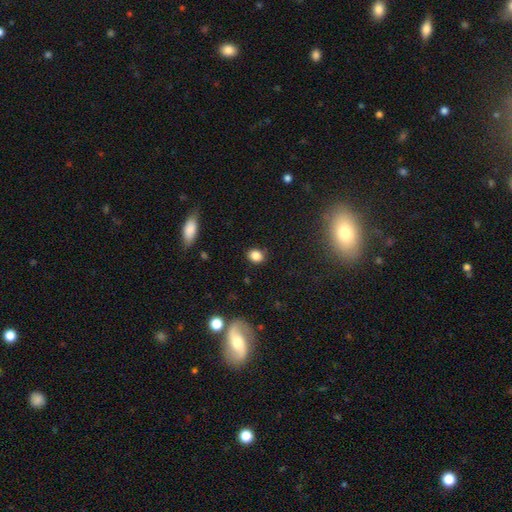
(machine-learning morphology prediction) A smooth galaxy with no disk features (84%) that is round (52%).

Vote fractions:
- Smooth or featured? smooth: 84% / star or artifact: 11% / featured or disk: 5%
- How rounded? round: 52% / in between: 47% / cigar-shaped: 1%
- Merging? none: 84% / minor disturbance: 11% / major disturbance: 3% / merger: 2%